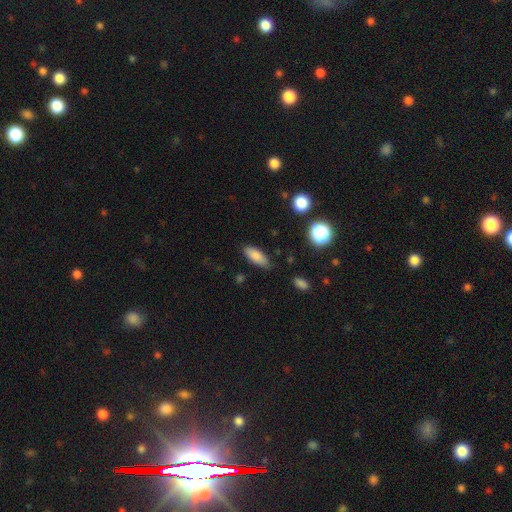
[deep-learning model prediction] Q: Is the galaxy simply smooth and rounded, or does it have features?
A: smooth — 83%.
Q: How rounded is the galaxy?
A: in between — 75%.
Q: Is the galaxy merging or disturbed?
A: none — 81%.